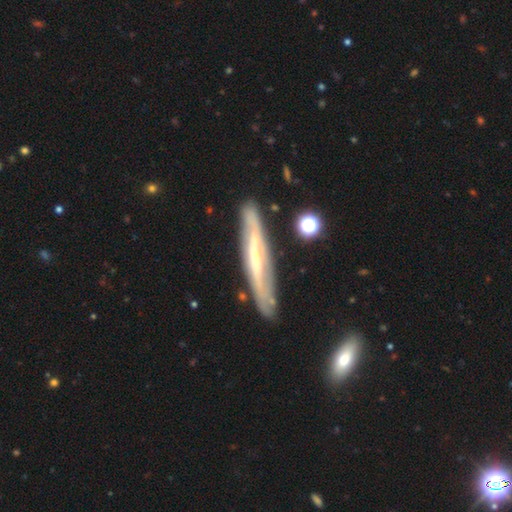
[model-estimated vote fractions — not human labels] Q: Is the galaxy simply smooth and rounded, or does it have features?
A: featured or disk — 72%.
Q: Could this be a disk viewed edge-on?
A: yes — 67%.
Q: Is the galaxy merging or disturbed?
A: none — 80%.